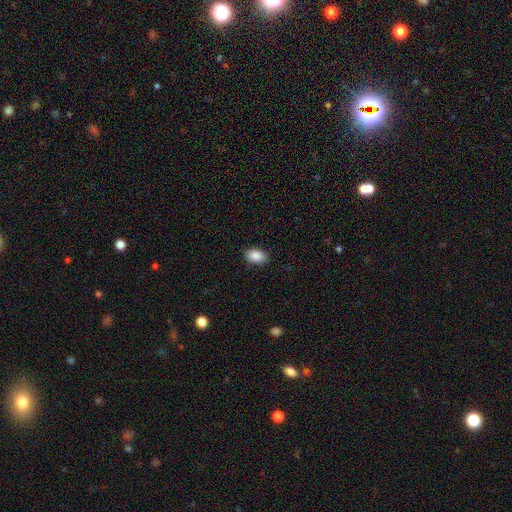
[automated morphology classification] This appears to be a smooth galaxy with no disk features (89%) that is in between round and cigar-shaped (89%). Merging: none (87%).